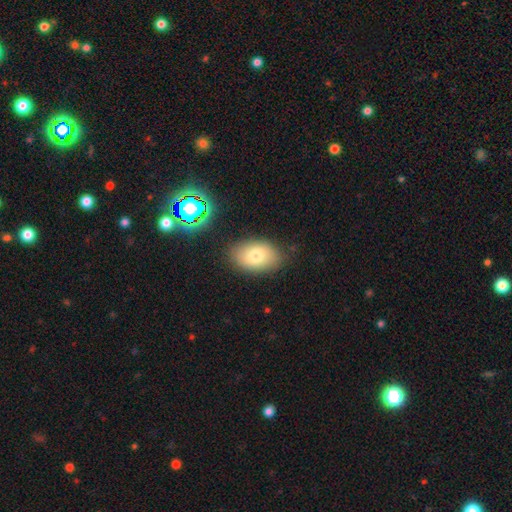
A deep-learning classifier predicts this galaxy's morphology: Smooth or featured? Predicted: smooth (p=0.76). How rounded? Predicted: in between (p=0.86). Merging? Predicted: none (p=0.83).